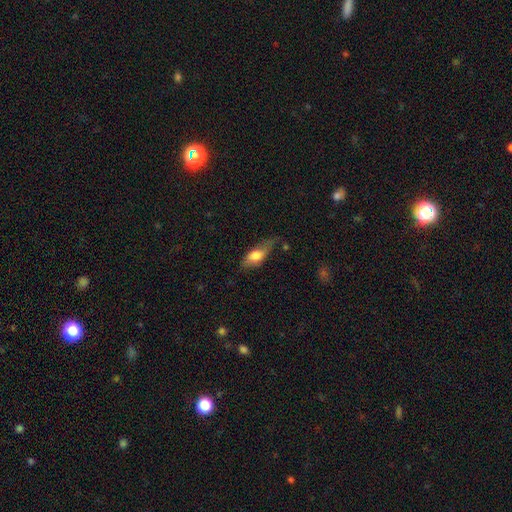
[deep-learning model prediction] smooth 66%, featured or disk 27%, star or artifact 7%. Down the decision tree: how rounded — in between (72%); merging — none (54%).